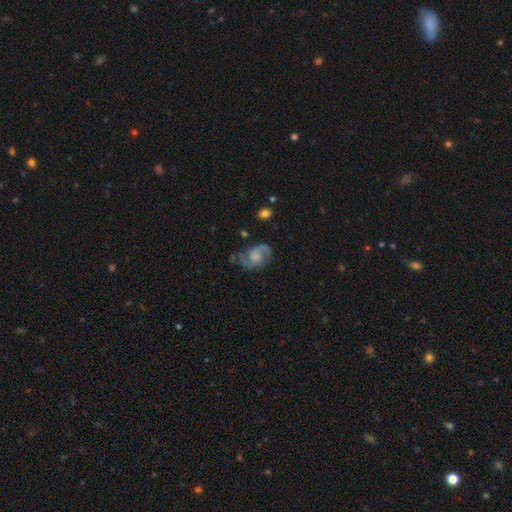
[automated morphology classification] A featured or disk galaxy (83%) with no bar (53%), 2 (88%) medium (54%) spiral arms (96%) and no central bulge (35%).

Vote fractions:
- Smooth or featured? featured or disk: 83% / smooth: 11% / star or artifact: 6%
- Edge-on disk? no: 98% / yes: 2%
- Bar? no: 53% / weak: 40% / strong: 6%
- Spiral arms? yes: 96% / no: 4%
- Spiral winding? medium: 54% / loose: 31% / tight: 16%
- Spiral arm count? 2: 88% / can't tell: 4% / 3: 3% / 1: 2% / 4: 1% / more than 4: 1%
- Bulge size? none: 35% / small: 30% / moderate: 26% / large: 8% / dominant: 2%
- Merging? none: 69% / minor disturbance: 19% / major disturbance: 9% / merger: 2%